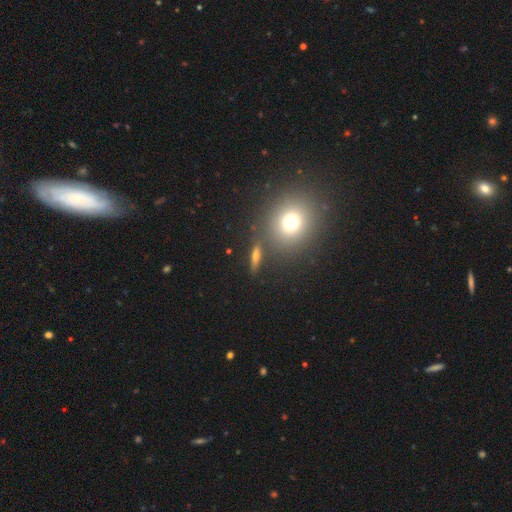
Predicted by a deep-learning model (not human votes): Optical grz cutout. It shows a smooth galaxy with no disk features (46%). Merging: none (80%).